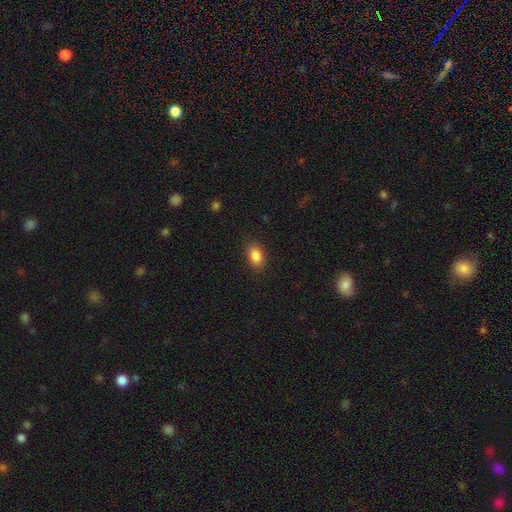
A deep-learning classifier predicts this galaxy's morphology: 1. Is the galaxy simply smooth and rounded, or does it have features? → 87% smooth, 8% star or artifact, 5% featured or disk.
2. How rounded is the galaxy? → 87% in between, 11% round, 2% cigar-shaped.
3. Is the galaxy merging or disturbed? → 87% none, 10% minor disturbance, 3% major disturbance, 1% merger.